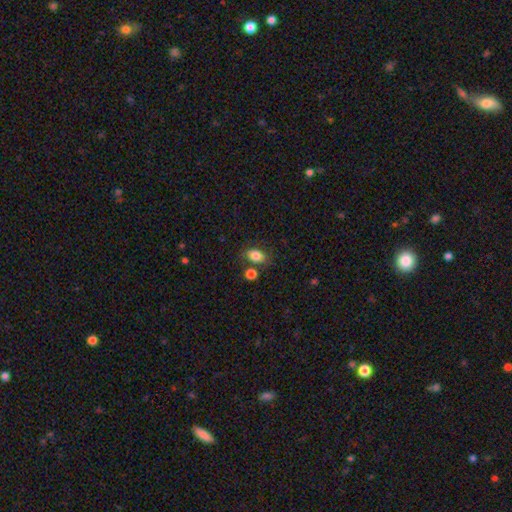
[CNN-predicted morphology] smooth_or_featured: smooth (p=0.81) [alt: featured or disk p=0.09]
how_rounded: in between (p=0.78) [alt: round p=0.20]
merging: none (p=0.66) [alt: minor disturbance p=0.16]